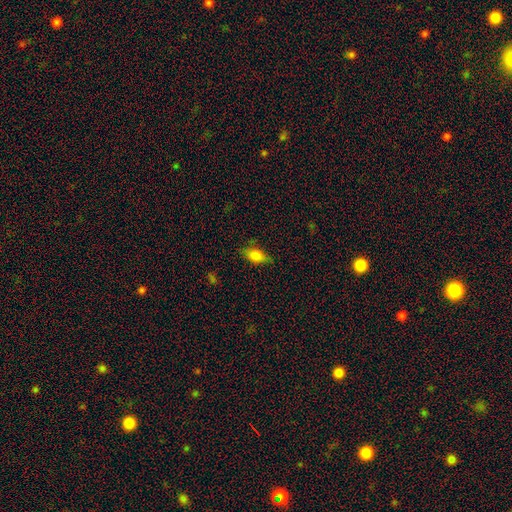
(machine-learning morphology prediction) A smooth galaxy with no disk features (80%) that is in between round and cigar-shaped (85%).

Vote fractions:
- Smooth or featured? smooth: 80% / featured or disk: 11% / star or artifact: 9%
- How rounded? in between: 85% / round: 8% / cigar-shaped: 7%
- Merging? none: 76% / minor disturbance: 19% / major disturbance: 4% / merger: 1%